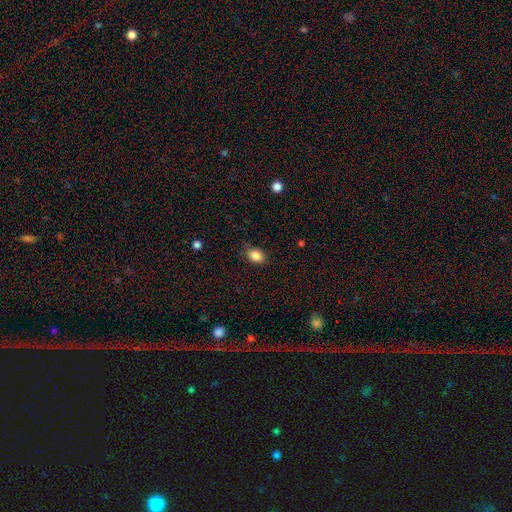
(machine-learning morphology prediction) This is clearly a smooth galaxy (86%). How rounded: likely in between (62%). Merging: likely none (79%).